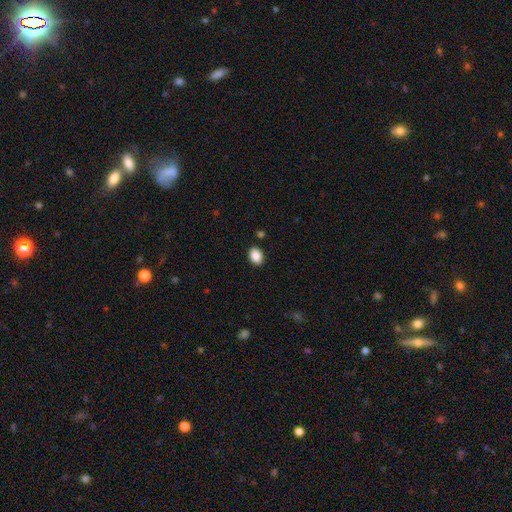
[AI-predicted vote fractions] Smooth or featured?
  - smooth: 89% *
  - star or artifact: 8%
  - featured or disk: 3%
How rounded?
  - in between: 72% *
  - round: 27%
  - cigar-shaped: 1%
Merging?
  - none: 88% *
  - minor disturbance: 8%
  - major disturbance: 2%
  - merger: 2%